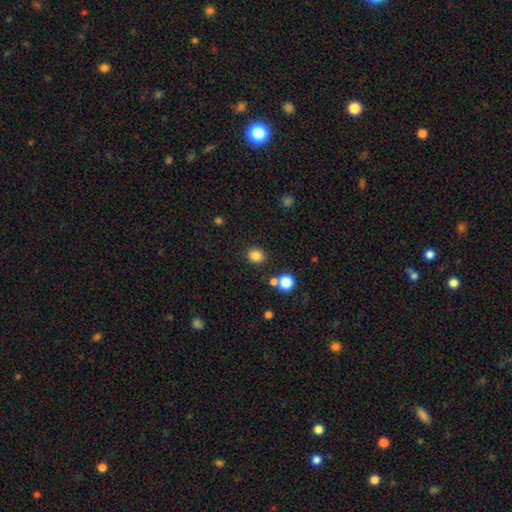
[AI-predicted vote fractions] Morphology: type=smooth (84%); roundness=round (83%); merging=none (86%).